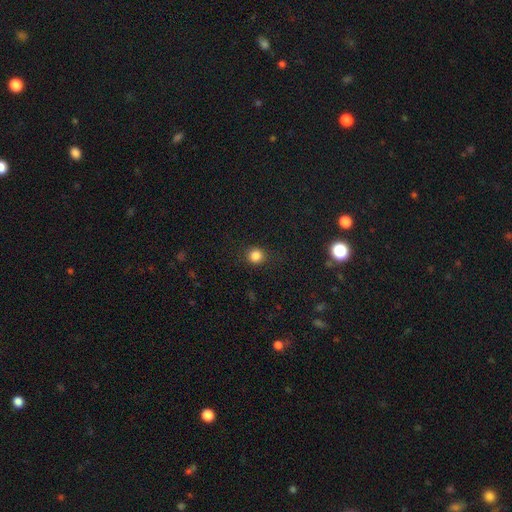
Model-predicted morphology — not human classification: type=smooth (83%); roundness=round (90%); merging=none (89%).